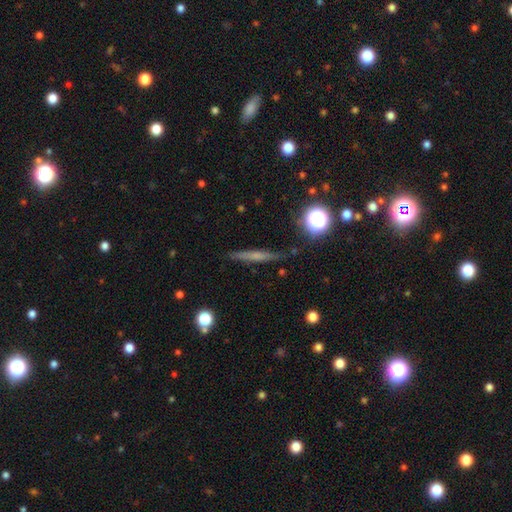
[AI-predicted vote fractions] The model was most divided on "smooth or featured": featured or disk: 47%, smooth: 41%, star or artifact: 12%. More confident: merging — none (88%).